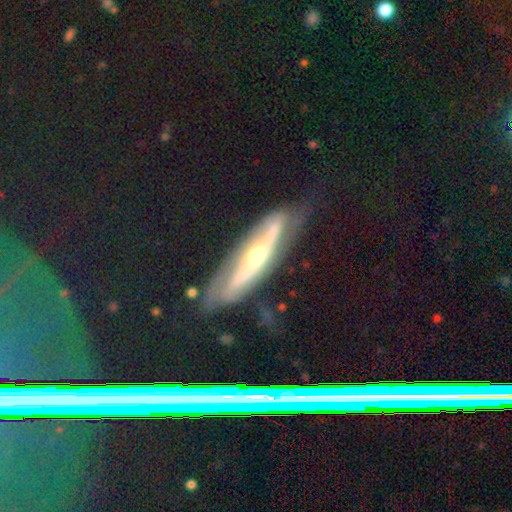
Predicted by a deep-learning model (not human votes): Smooth or featured?
  - featured or disk: 75% *
  - smooth: 19%
  - star or artifact: 5%
Edge-on disk?
  - no: 55% *
  - yes: 45%
Merging?
  - none: 61% *
  - minor disturbance: 23%
  - major disturbance: 12%
  - merger: 4%